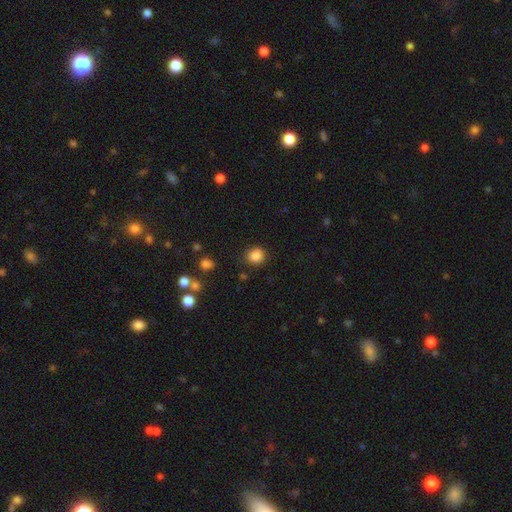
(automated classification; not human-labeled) Overall: smooth (85%). How rounded: round (79%). Merging: none (84%).